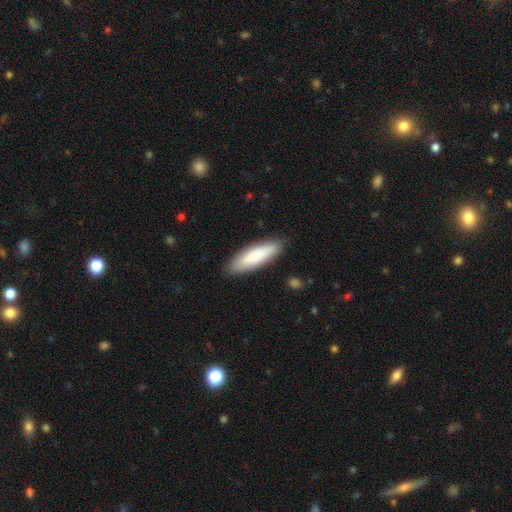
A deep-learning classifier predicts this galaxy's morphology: Q: Smooth or featured?
A: smooth (80%); runner-up: featured or disk (15%)
Q: How rounded?
A: cigar-shaped (57%); runner-up: in between (41%)
Q: Merging?
A: none (87%); runner-up: minor disturbance (10%)